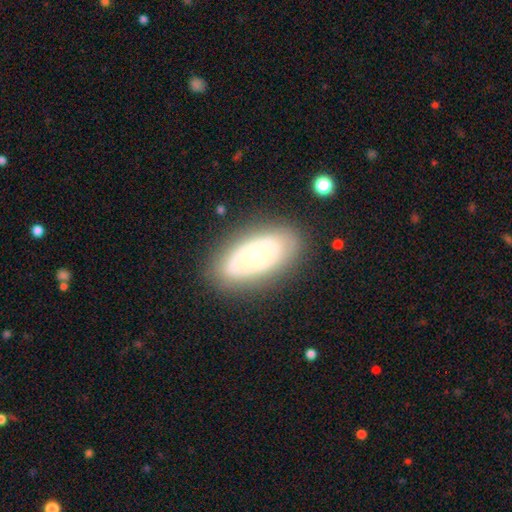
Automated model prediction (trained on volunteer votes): Smooth or featured?
  - featured or disk: 55% *
  - smooth: 38%
  - star or artifact: 6%
Edge-on disk?
  - no: 89% *
  - yes: 11%
Merging?
  - none: 78% *
  - minor disturbance: 15%
  - major disturbance: 5%
  - merger: 2%